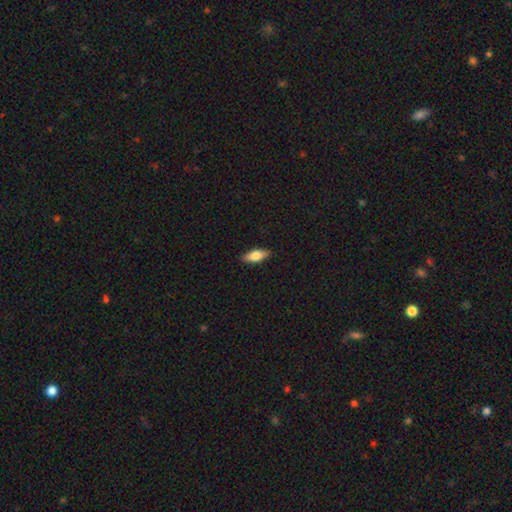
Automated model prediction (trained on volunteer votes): The model was most divided on "how rounded": in between: 71%, cigar-shaped: 26%, round: 3%. More confident: merging — none (89%); smooth or featured — smooth (70%).